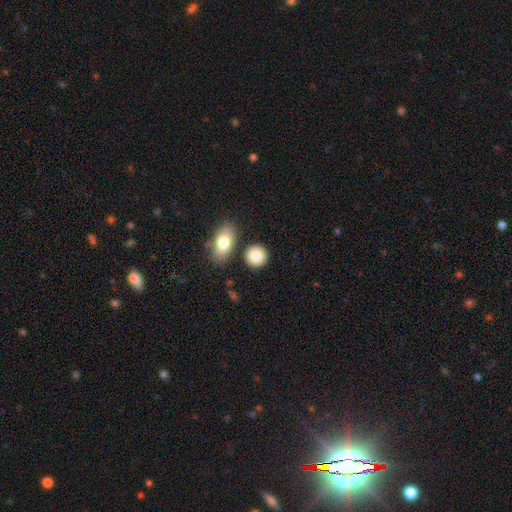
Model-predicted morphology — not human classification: smooth-or-featured: smooth: 87% | star or artifact: 7% | featured or disk: 6%
  how-rounded: round: 82% | in between: 16% | cigar-shaped: 2%
  merging: none: 81% | minor disturbance: 9% | merger: 7% | major disturbance: 3%